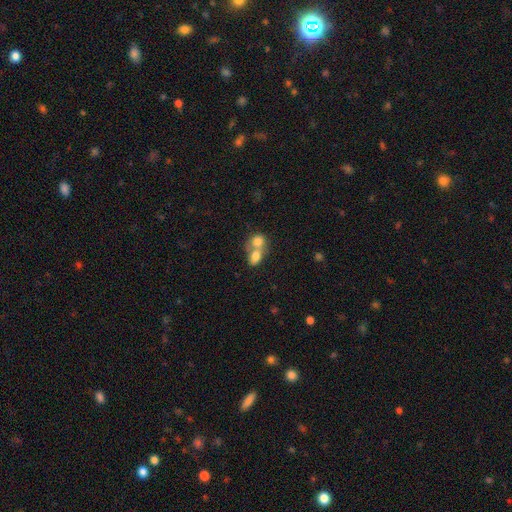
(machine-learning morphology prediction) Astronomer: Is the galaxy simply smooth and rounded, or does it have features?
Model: smooth — 74%.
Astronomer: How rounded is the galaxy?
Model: in between — 54% (runner-up: round, 44%).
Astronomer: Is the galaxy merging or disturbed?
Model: merger — 76%.